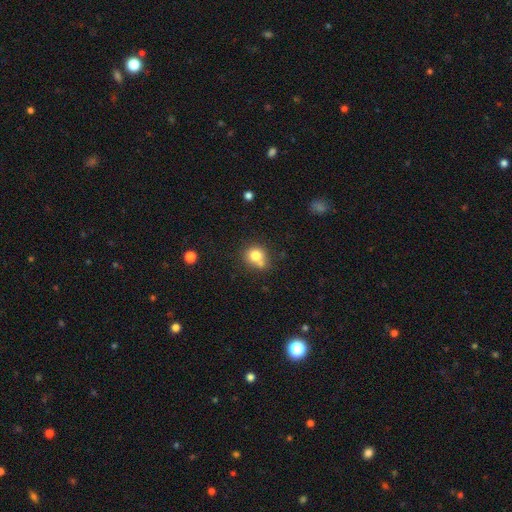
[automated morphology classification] A smooth galaxy with no disk features (78%) that is round (80%).

Vote fractions:
- Smooth or featured? smooth: 78% / star or artifact: 11% / featured or disk: 11%
- How rounded? round: 80% / in between: 19% / cigar-shaped: 1%
- Merging? none: 54% / merger: 28% / minor disturbance: 14% / major disturbance: 4%